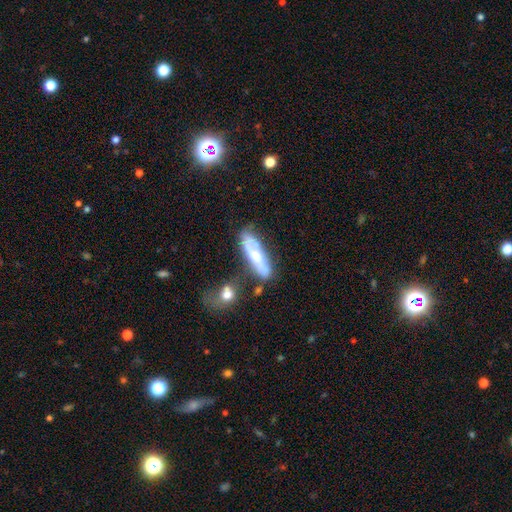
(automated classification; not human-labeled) Smooth or featured?
  - featured or disk: 57% *
  - smooth: 36%
  - star or artifact: 6%
Edge-on disk?
  - no: 61% *
  - yes: 39%
Merging?
  - none: 51% *
  - minor disturbance: 22%
  - merger: 18%
  - major disturbance: 9%